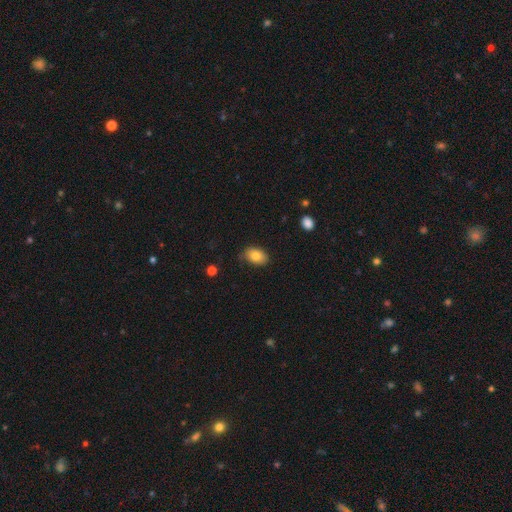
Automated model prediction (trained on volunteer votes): A smooth galaxy with no disk features (82%) that is in between round and cigar-shaped (86%).

Vote fractions:
- Smooth or featured? smooth: 82% / featured or disk: 10% / star or artifact: 8%
- How rounded? in between: 86% / round: 13% / cigar-shaped: 1%
- Merging? none: 75% / minor disturbance: 20% / major disturbance: 4% / merger: 1%